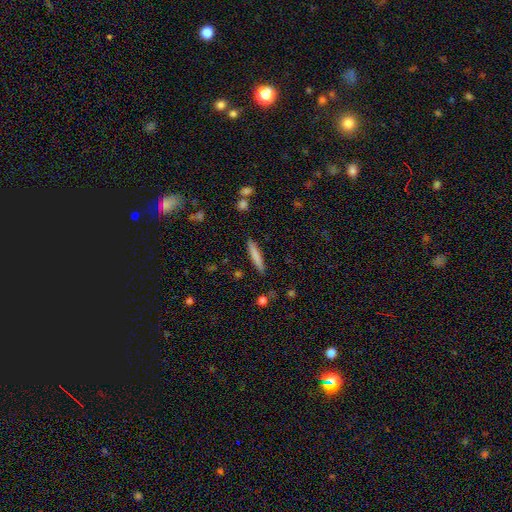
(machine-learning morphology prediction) Smooth or featured?
  - smooth: 76% *
  - featured or disk: 18%
  - star or artifact: 6%
How rounded?
  - cigar-shaped: 93% *
  - in between: 6%
  - round: 1%
Merging?
  - none: 89% *
  - minor disturbance: 8%
  - merger: 2%
  - major disturbance: 2%